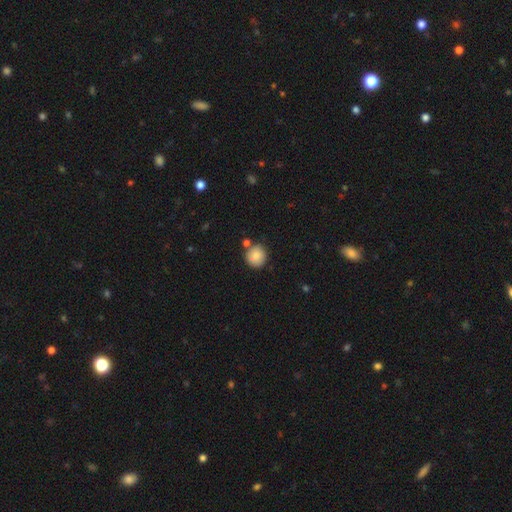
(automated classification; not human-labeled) Overall: smooth (83%). How rounded: round (91%). Merging: none (76%).